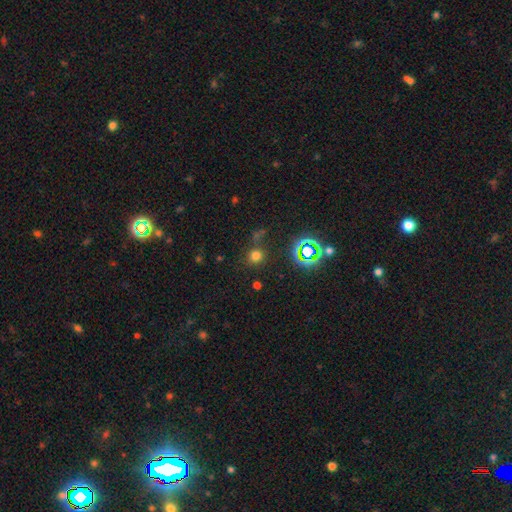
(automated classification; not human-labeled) Overall: smooth (66%; star or artifact 27%). How rounded: round (88%). Merging: none (77%).